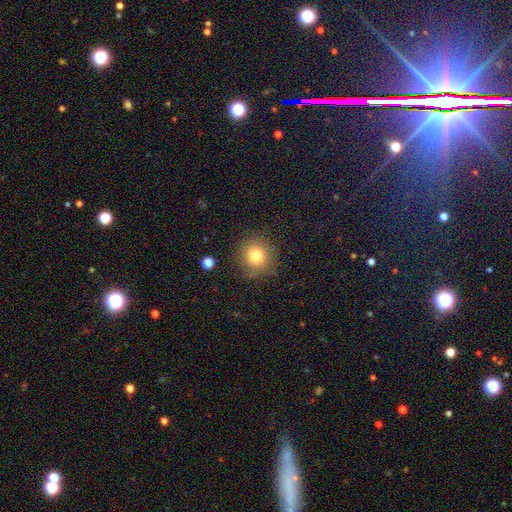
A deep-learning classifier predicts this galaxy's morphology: smooth-or-featured: smooth: 79% | star or artifact: 13% | featured or disk: 9%
  how-rounded: round: 91% | in between: 8% | cigar-shaped: 1%
  merging: none: 85% | minor disturbance: 10% | major disturbance: 3% | merger: 2%